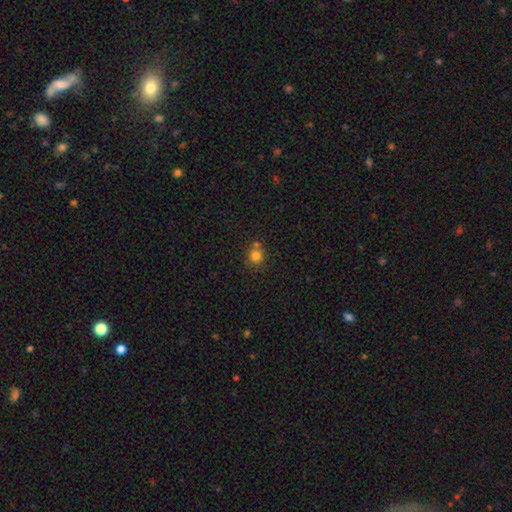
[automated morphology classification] The model was most divided on "merging": none: 62%, merger: 24%, minor disturbance: 10%, major disturbance: 3%. More confident: how rounded — round (88%); smooth or featured — smooth (80%).